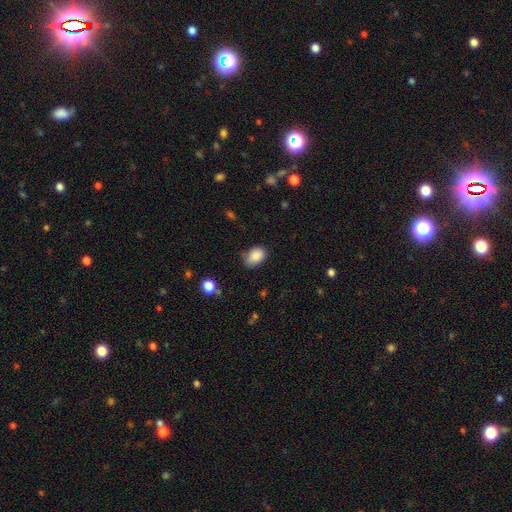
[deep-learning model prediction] Morphology: type=smooth (87%); roundness=in between (83%); merging=none (72%).